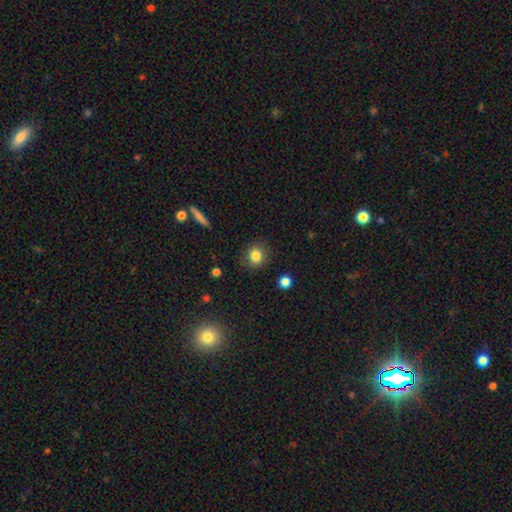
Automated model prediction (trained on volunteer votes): smooth_or_featured: smooth (p=0.83) [alt: star or artifact p=0.10]
how_rounded: round (p=0.78) [alt: in between p=0.21]
merging: none (p=0.87) [alt: minor disturbance p=0.09]